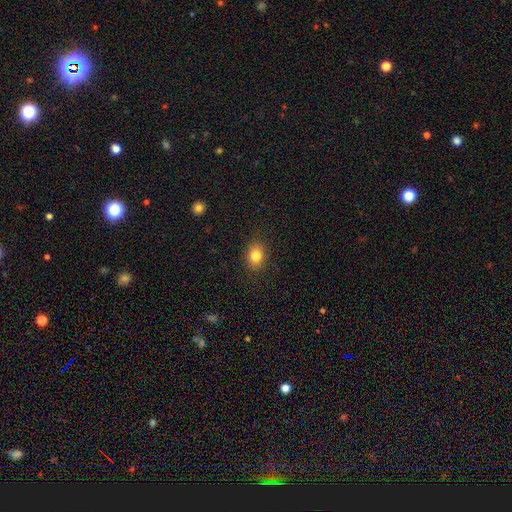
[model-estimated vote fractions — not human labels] Overall: smooth (83%). How rounded: in between (60%; round 39%). Merging: none (88%).